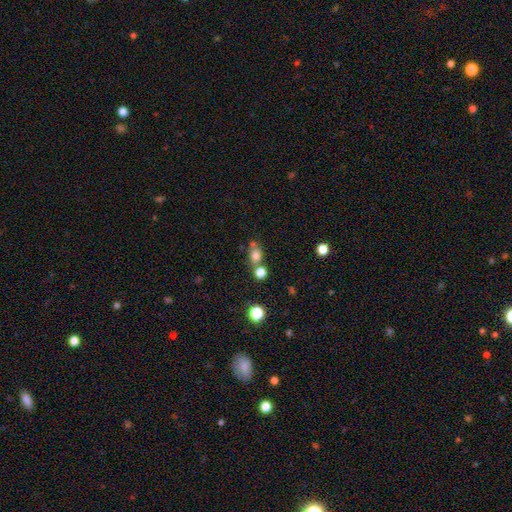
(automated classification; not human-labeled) A smooth galaxy with no disk features (75%) that is round (51%).

Vote fractions:
- Smooth or featured? smooth: 75% / star or artifact: 15% / featured or disk: 11%
- How rounded? round: 51% / in between: 47% / cigar-shaped: 2%
- Merging? none: 53% / merger: 29% / minor disturbance: 12% / major disturbance: 5%